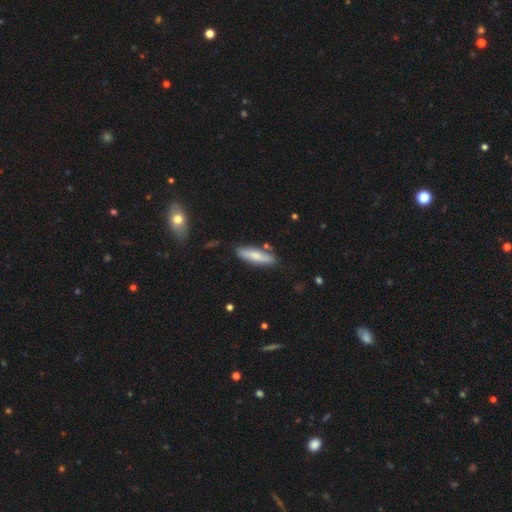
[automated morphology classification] Smooth or featured: smooth — 75% (featured or disk — 19%)
How rounded: cigar-shaped — 60% (in between — 38%)
Merging: none — 78% (minor disturbance — 14%)